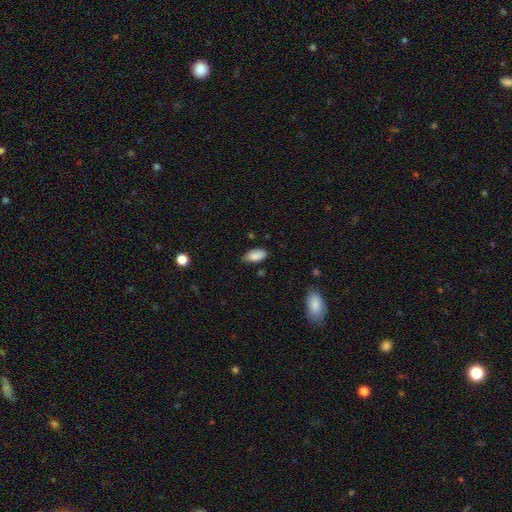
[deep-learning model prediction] Smooth or featured? Predicted: smooth (p=0.87). How rounded? Predicted: in between (p=0.93). Merging? Predicted: none (p=0.68).